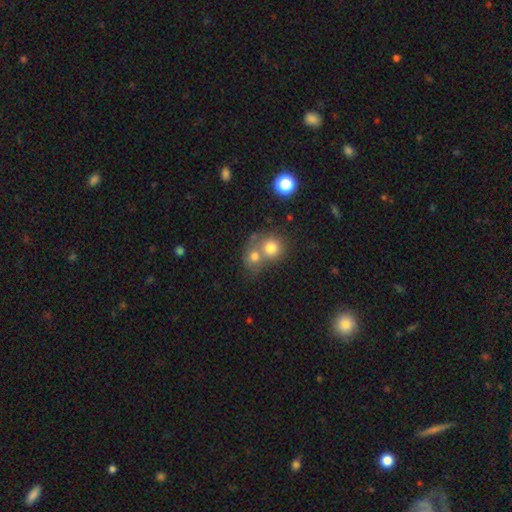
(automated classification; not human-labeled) Smooth or featured? smooth (70%)
How rounded? round (81%)
Merging? merger (53%)